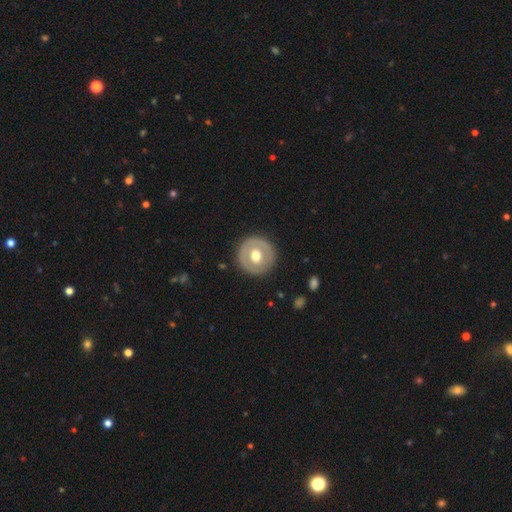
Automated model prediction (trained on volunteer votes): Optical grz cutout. It shows a smooth galaxy with no disk features (48%). Merging: none (88%).